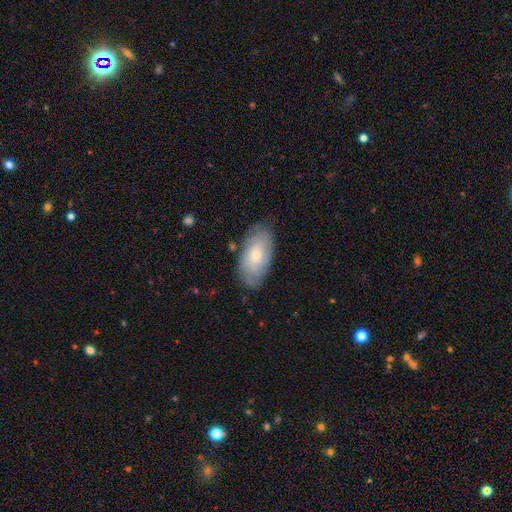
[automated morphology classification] This is possibly a smooth galaxy (53%). How rounded: clearly in between (94%). Merging: likely none (76%).